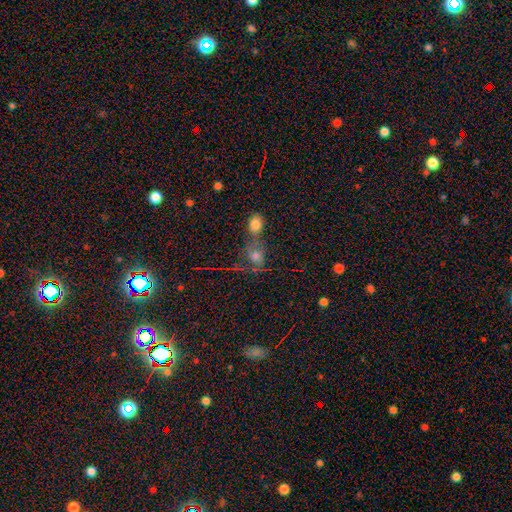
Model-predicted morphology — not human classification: This is possibly a smooth galaxy (59%). How rounded: possibly round (57%). Merging: possibly merger (46%).